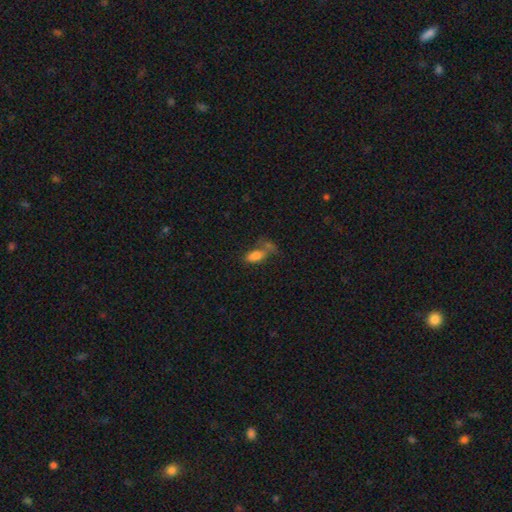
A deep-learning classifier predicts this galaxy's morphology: smooth_or_featured: smooth (p=0.80) [alt: star or artifact p=0.11]
how_rounded: in between (p=0.88) [alt: cigar-shaped p=0.07]
merging: none (p=0.35) [tied with: merger p=0.35]